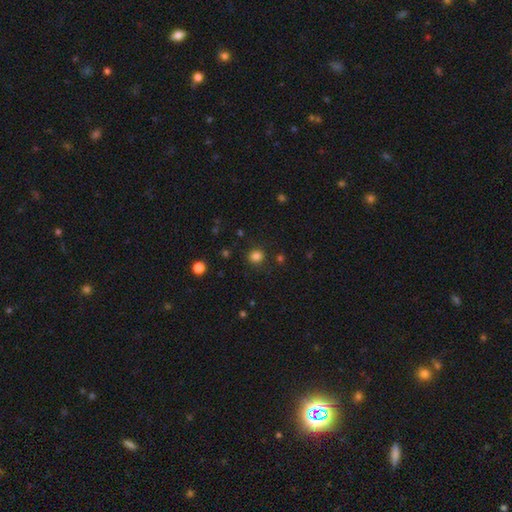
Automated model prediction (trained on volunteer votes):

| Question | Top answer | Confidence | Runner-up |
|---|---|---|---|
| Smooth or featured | smooth | 82% | star or artifact (14%) |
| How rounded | round | 83% | in between (16%) |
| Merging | none | 87% | minor disturbance (8%) |